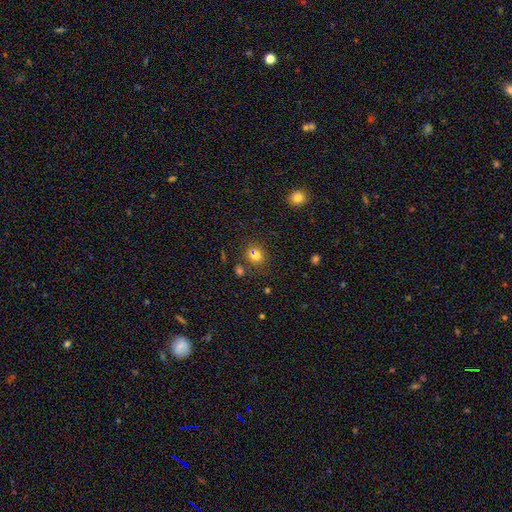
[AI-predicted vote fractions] smooth-or-featured: smooth: 65% | star or artifact: 27% | featured or disk: 9%
  how-rounded: round: 82% | in between: 17% | cigar-shaped: 1%
  merging: none: 73% | merger: 13% | minor disturbance: 9% | major disturbance: 4%